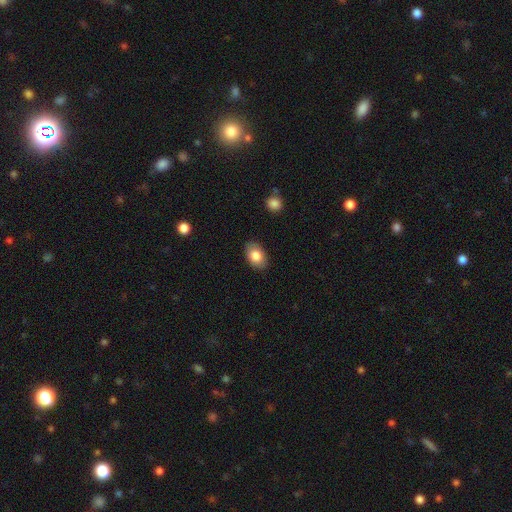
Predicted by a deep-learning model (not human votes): Smooth or featured?
  - smooth: 82% *
  - featured or disk: 11%
  - star or artifact: 7%
How rounded?
  - in between: 87% *
  - round: 12%
  - cigar-shaped: 1%
Merging?
  - none: 86% *
  - minor disturbance: 10%
  - major disturbance: 2%
  - merger: 1%